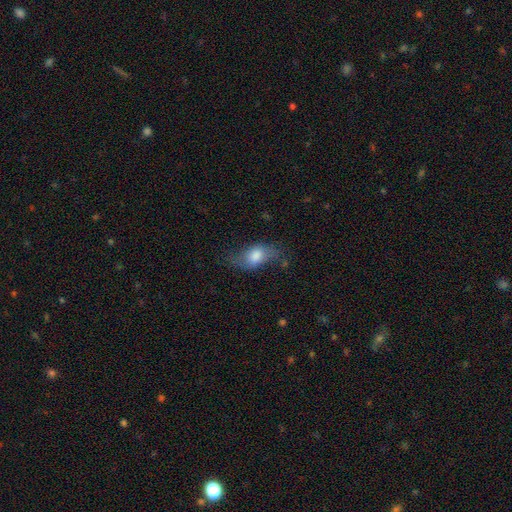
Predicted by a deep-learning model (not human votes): This appears to be a smooth galaxy with no disk features (64%) that is in between round and cigar-shaped (84%). Merging: none (57%).